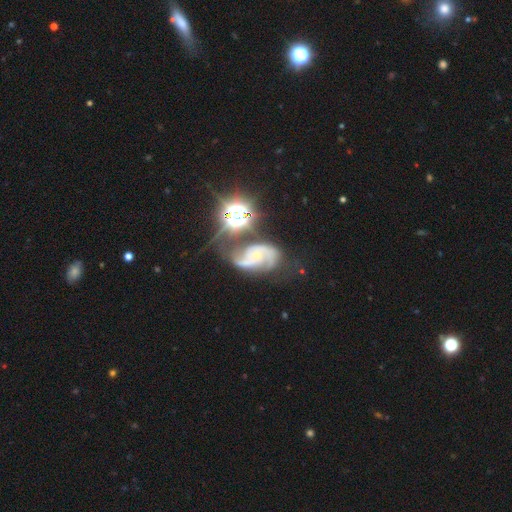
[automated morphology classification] smooth-or-featured: featured or disk: 83% | star or artifact: 11% | smooth: 6%
  disk-edge-on: no: 98% | yes: 2%
    bar: no: 67% | weak: 26% | strong: 7%
    has-spiral-arms: yes: 97% | no: 3%
      spiral-winding: medium: 53% | tight: 26% | loose: 21%
      spiral-arm-count: 2: 65% | 3: 18% | can't tell: 8% | 1: 3% | 4: 3% | more than 4: 3%
    bulge-size: small: 62% | moderate: 34% | none: 2% | large: 2% | dominant: 1%
  merging: none: 45% | minor disturbance: 23% | major disturbance: 19% | merger: 12%